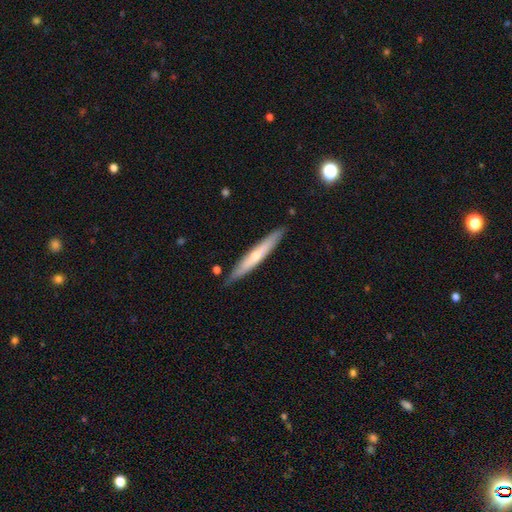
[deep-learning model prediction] The model was most divided on "smooth or featured": featured or disk: 51%, smooth: 43%, star or artifact: 6%. More confident: edge-on disk — yes (92%); merging — none (88%).